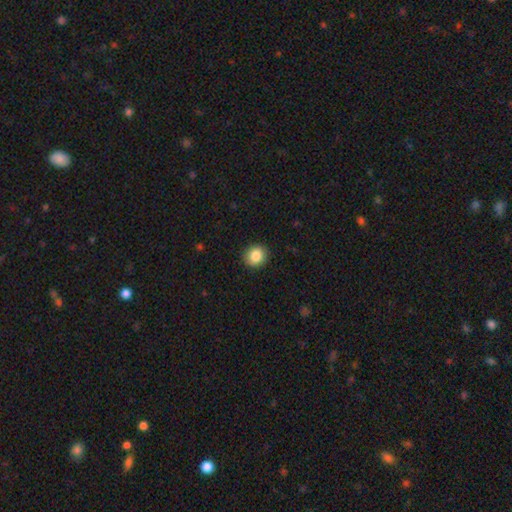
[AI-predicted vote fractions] This is clearly a smooth galaxy (85%). How rounded: clearly round (82%). Merging: clearly none (88%).